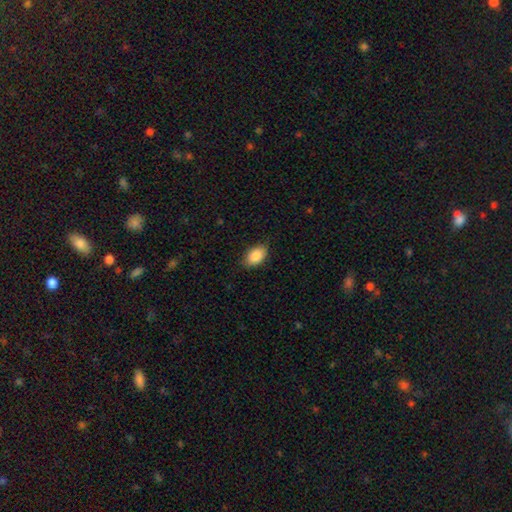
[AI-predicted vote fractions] The model was most divided on "merging": none: 82%, minor disturbance: 15%, major disturbance: 3%, merger: 1%. More confident: how rounded — in between (89%); smooth or featured — smooth (88%).